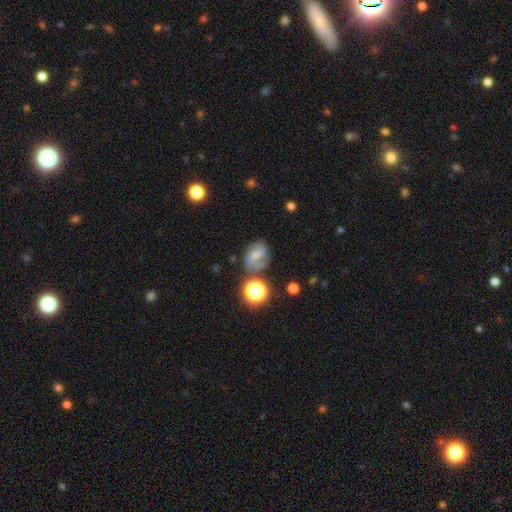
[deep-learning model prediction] Smooth or featured?
  - featured or disk: 43% * (tied)
  - smooth: 43% * (tied)
  - star or artifact: 15%
Merging?
  - none: 57% *
  - minor disturbance: 23%
  - major disturbance: 11%
  - merger: 9%